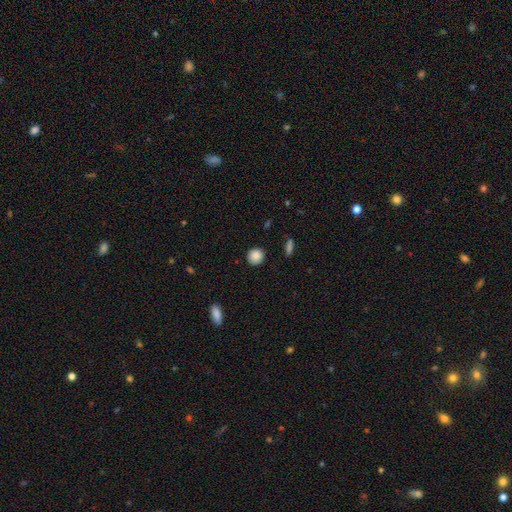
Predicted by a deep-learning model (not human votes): The model was most divided on "smooth or featured": smooth: 88%, star or artifact: 9%, featured or disk: 4%. More confident: how rounded — round (90%); merging — none (90%).